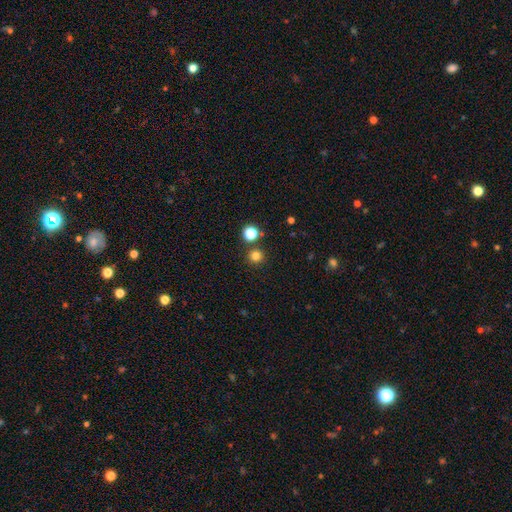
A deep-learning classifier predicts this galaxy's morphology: Overall: smooth (79%). How rounded: round (95%). Merging: none (86%).